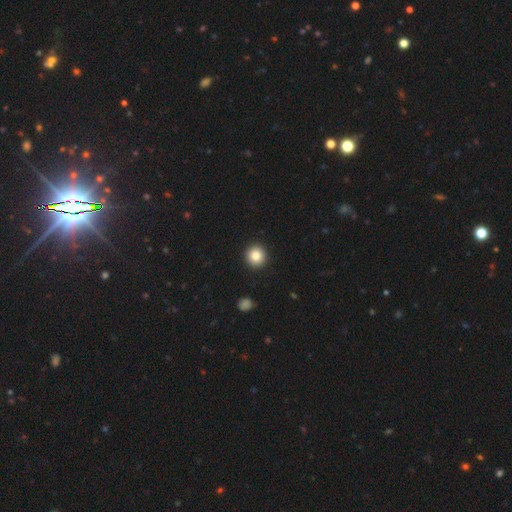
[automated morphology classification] smooth-or-featured: smooth: 85% | star or artifact: 10% | featured or disk: 6%
  how-rounded: round: 94% | in between: 5% | cigar-shaped: 1%
  merging: none: 93% | minor disturbance: 5% | major disturbance: 2% | merger: 1%